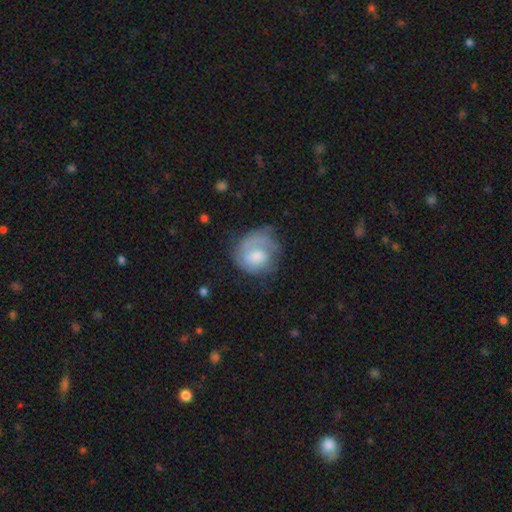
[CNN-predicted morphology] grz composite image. It shows a featured or disk galaxy (59%) with no bar (54%), spiral arms (84%) and a moderate central bulge (42%). Merging: none (54%).